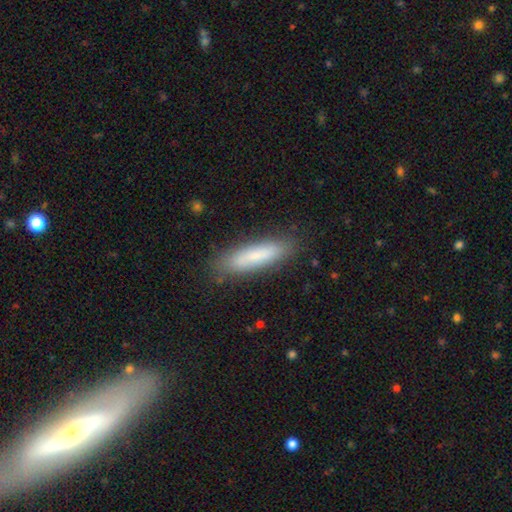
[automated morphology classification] Smooth or featured: smooth — 76% (featured or disk — 17%)
How rounded: cigar-shaped — 73% (in between — 26%)
Merging: none — 84% (minor disturbance — 12%)